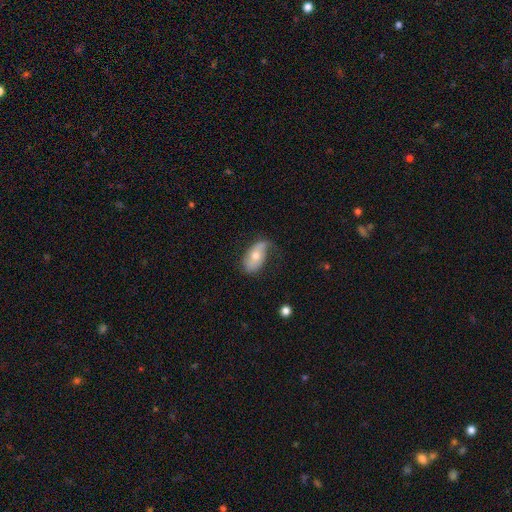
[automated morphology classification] Overall: smooth (50%; featured or disk 43%). How rounded: in between (91%). Merging: none (47%; minor disturbance 36%).